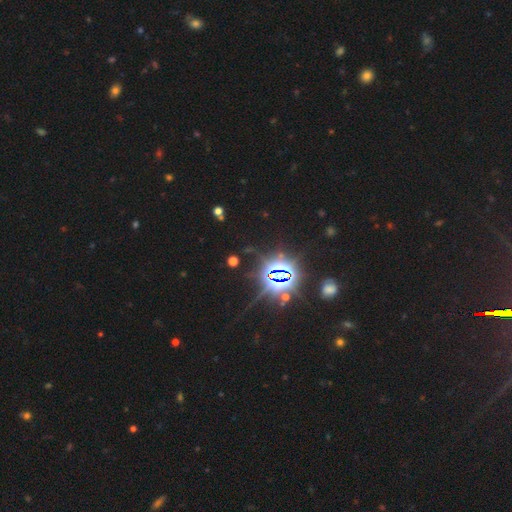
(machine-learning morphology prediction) smooth-or-featured: star or artifact: 86% | smooth: 8% | featured or disk: 6%